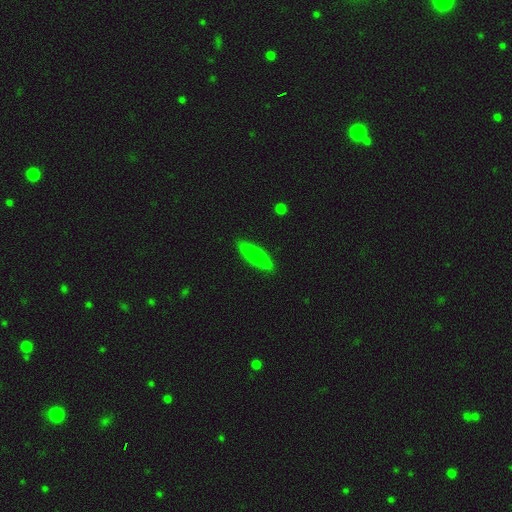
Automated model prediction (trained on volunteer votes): The model was most divided on "how rounded": cigar-shaped: 81%, in between: 17%, round: 1%. More confident: merging — none (89%); smooth or featured — smooth (81%).